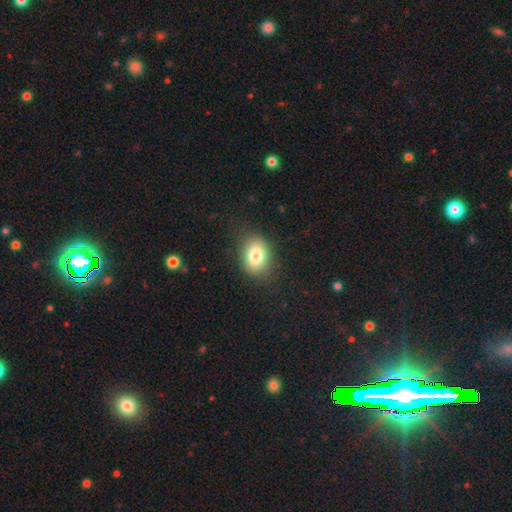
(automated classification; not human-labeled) Smooth or featured? Predicted: smooth (p=0.81). How rounded? Predicted: in between (p=0.68). Merging? Predicted: none (p=0.83).